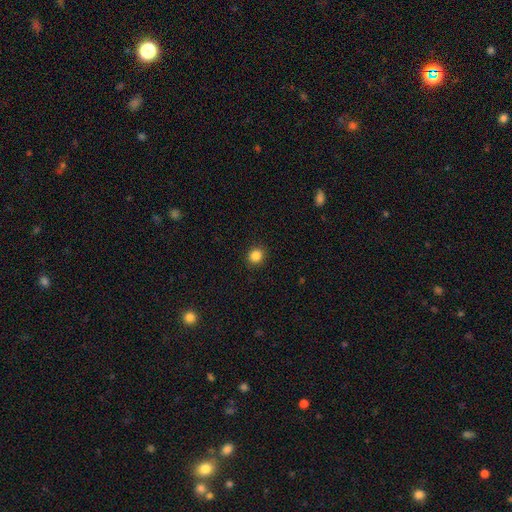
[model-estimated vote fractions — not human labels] Smooth or featured? smooth (85%)
How rounded? round (87%)
Merging? none (91%)